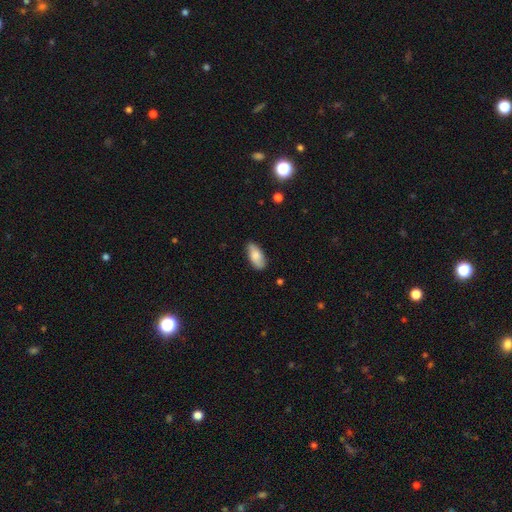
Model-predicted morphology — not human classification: type=smooth (79%); roundness=in between (89%); merging=none (82%).